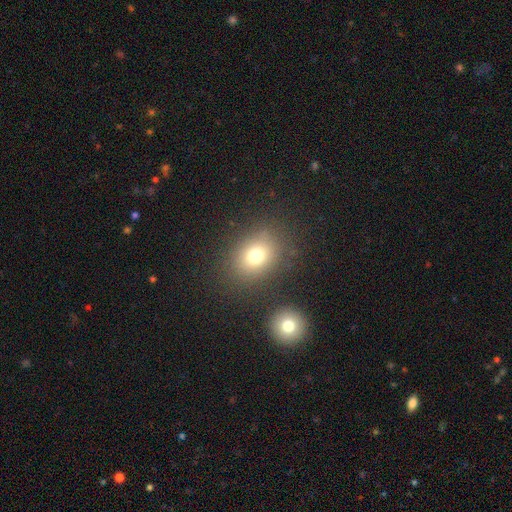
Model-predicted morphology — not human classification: smooth 74%, star or artifact 15%, featured or disk 11%. Down the decision tree: how rounded — round (50%); merging — none (81%).